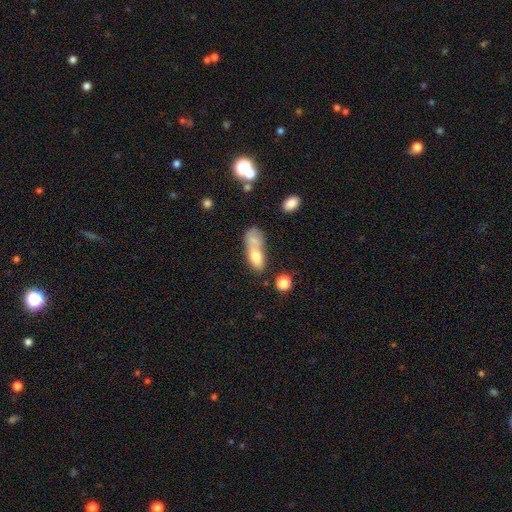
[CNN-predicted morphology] smooth_or_featured: smooth (p=0.68) [alt: featured or disk p=0.21]
how_rounded: in between (p=0.73) [alt: round p=0.14]
merging: merger (p=0.62) [alt: none p=0.19]